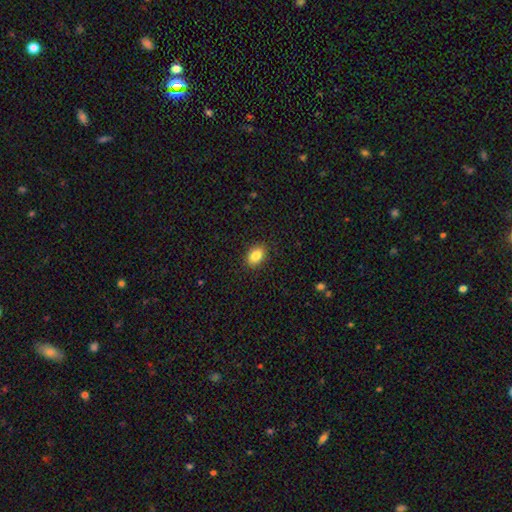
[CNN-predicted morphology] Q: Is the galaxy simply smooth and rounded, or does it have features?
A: smooth — 86%.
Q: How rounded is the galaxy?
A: in between — 82%.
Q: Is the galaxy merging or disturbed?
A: none — 88%.